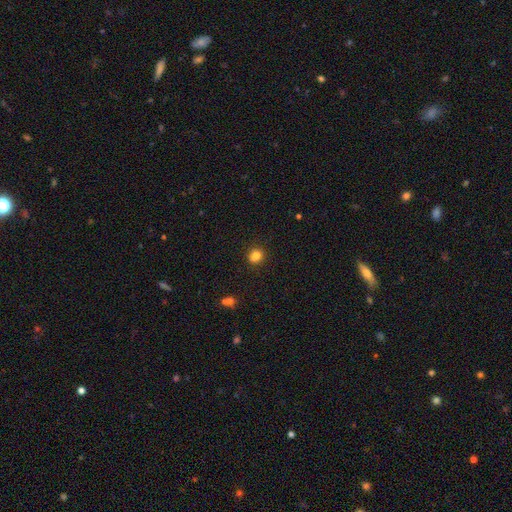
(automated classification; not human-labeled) Smooth or featured? smooth (80%)
How rounded? round (70%)
Merging? none (68%)